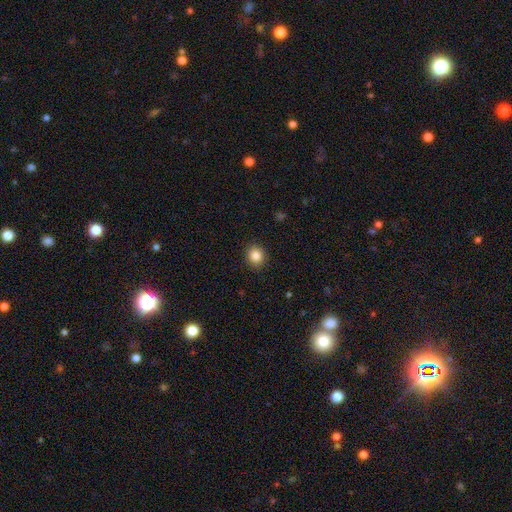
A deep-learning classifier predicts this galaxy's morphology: This is clearly a smooth galaxy (86%). How rounded: clearly round (81%). Merging: clearly none (90%).